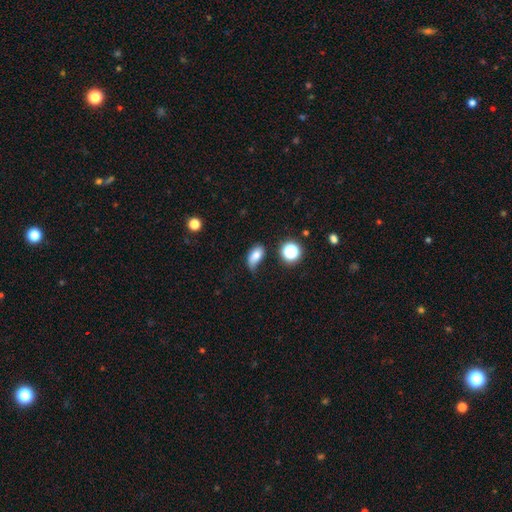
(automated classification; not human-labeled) smooth_or_featured: smooth (p=0.77) [alt: featured or disk p=0.12]
how_rounded: in between (p=0.86) [alt: round p=0.09]
merging: none (p=0.45) [alt: minor disturbance p=0.36]